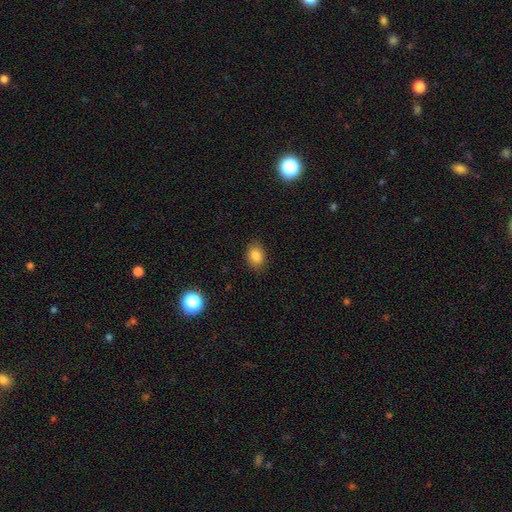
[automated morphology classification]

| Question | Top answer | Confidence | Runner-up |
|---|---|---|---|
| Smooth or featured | smooth | 84% | star or artifact (11%) |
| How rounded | in between | 67% | round (32%) |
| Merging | none | 86% | minor disturbance (10%) |